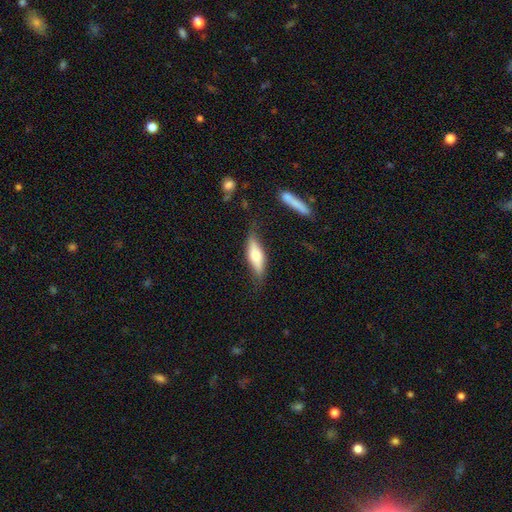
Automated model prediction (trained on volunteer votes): Smooth or featured? smooth (53%)
How rounded? cigar-shaped (55%)
Merging? none (71%)